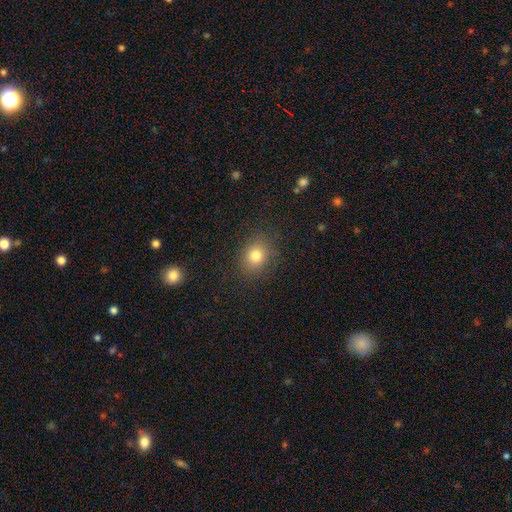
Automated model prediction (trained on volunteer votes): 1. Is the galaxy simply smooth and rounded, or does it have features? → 80% smooth, 13% star or artifact, 7% featured or disk.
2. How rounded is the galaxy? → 64% round, 35% in between, 1% cigar-shaped.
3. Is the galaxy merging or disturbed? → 84% none, 11% minor disturbance, 4% major disturbance, 1% merger.